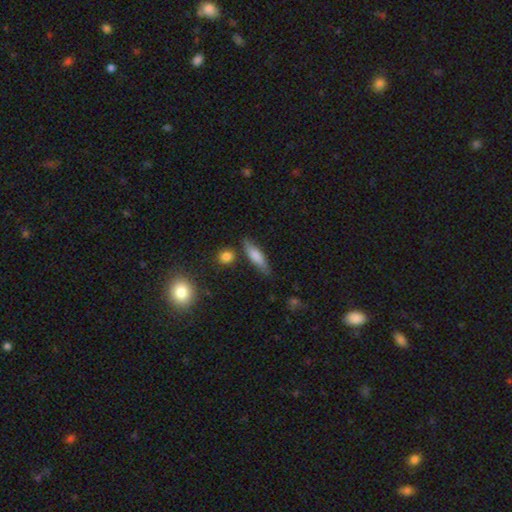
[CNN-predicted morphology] Smooth or featured? Predicted: smooth (p=0.70). How rounded? Predicted: cigar-shaped (p=0.61). Merging? Predicted: none (p=0.74).